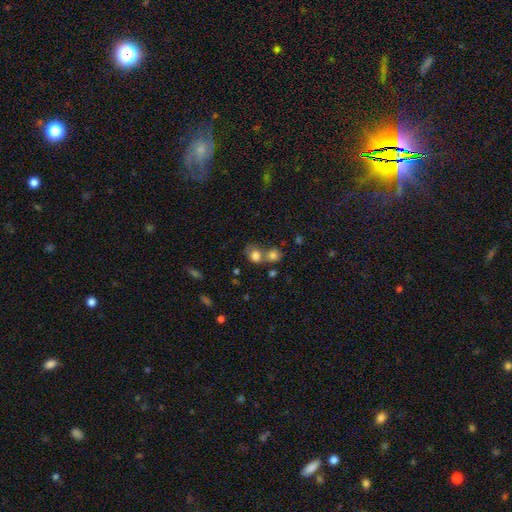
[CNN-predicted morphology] smooth_or_featured: smooth (p=0.78) [alt: star or artifact p=0.11]
how_rounded: round (p=0.64) [alt: in between p=0.35]
merging: merger (p=0.51) [alt: none p=0.35]